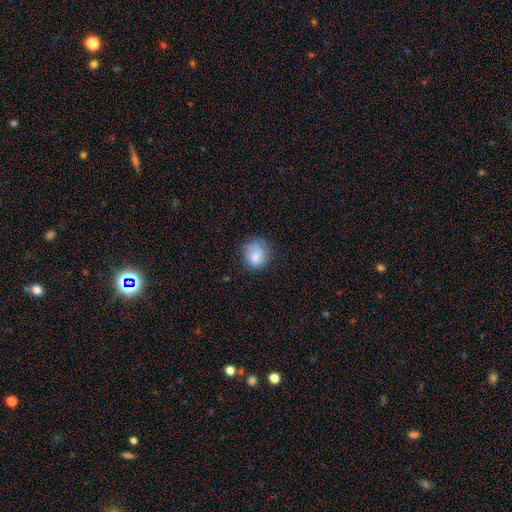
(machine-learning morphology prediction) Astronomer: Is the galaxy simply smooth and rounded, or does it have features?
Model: smooth — 79%.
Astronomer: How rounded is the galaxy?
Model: round — 80%.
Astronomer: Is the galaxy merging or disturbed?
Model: none — 67%.